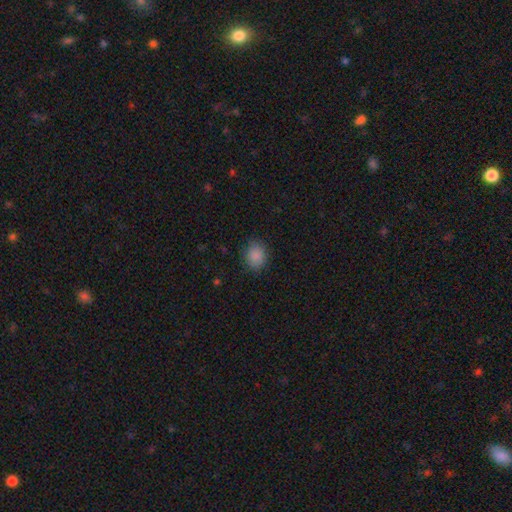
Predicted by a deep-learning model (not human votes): smooth-or-featured: smooth: 87% | star or artifact: 9% | featured or disk: 4%
  how-rounded: round: 61% | in between: 38% | cigar-shaped: 1%
  merging: none: 85% | minor disturbance: 11% | major disturbance: 3% | merger: 1%